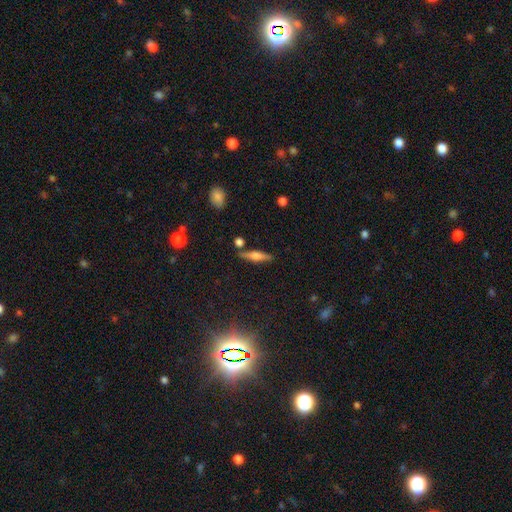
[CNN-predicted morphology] smooth_or_featured: featured or disk (p=0.55) [alt: smooth p=0.36]
disk_edge_on: yes (p=0.95) [alt: no p=0.05]
edge_on_bulge: rounded (p=0.79) [alt: boxy p=0.16]
merging: none (p=0.82) [alt: minor disturbance p=0.10]